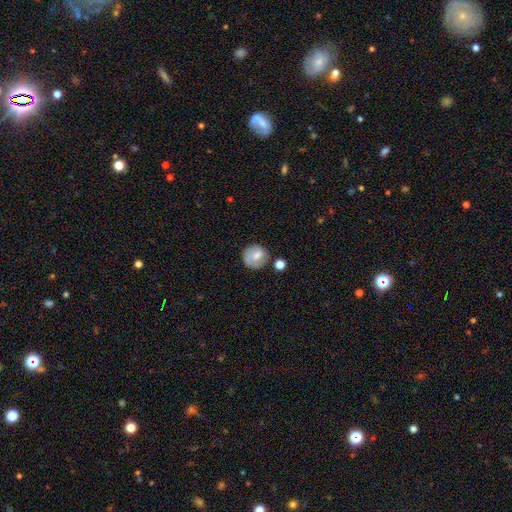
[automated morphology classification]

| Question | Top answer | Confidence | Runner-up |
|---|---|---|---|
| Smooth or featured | smooth | 65% | featured or disk (27%) |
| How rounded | round | 85% | in between (14%) |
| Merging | none | 66% | minor disturbance (19%) |